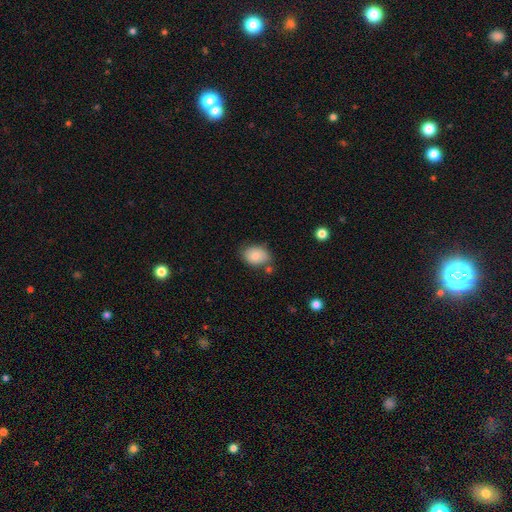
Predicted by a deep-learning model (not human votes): This is clearly a smooth galaxy (82%). How rounded: likely in between (76%). Merging: likely none (70%).